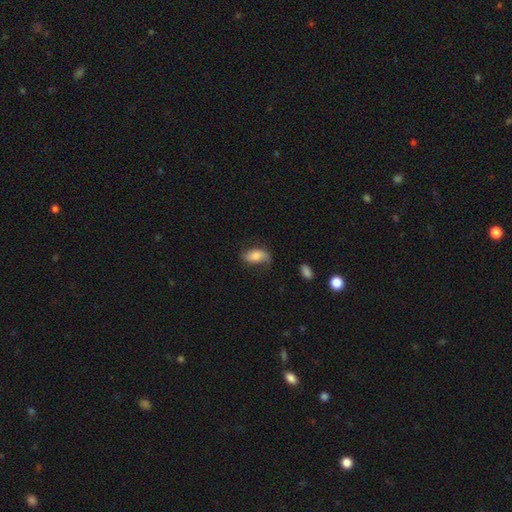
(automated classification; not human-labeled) Morphology: type=smooth (66%); roundness=in between (91%); merging=none (60%).